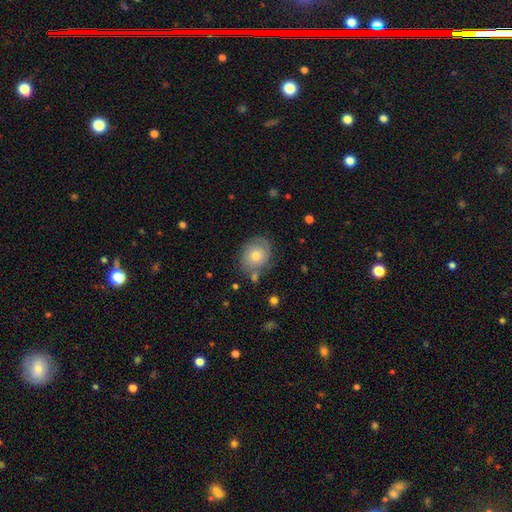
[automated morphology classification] This appears to be a smooth galaxy with no disk features (52%) that is round (63%). Merging: none (72%).